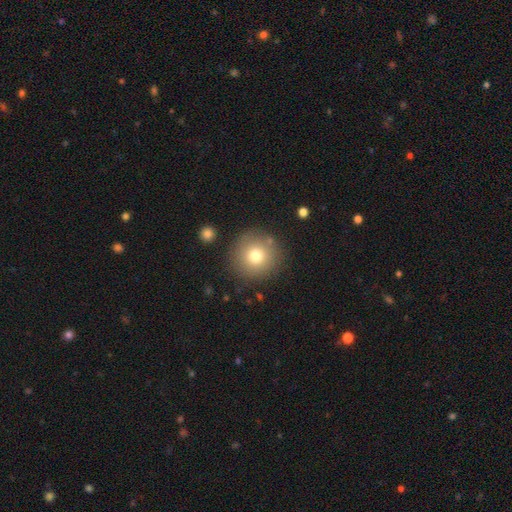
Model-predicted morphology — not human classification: Smooth or featured: smooth — 76% (featured or disk — 13%)
How rounded: round — 95% (in between — 4%)
Merging: none — 85% (minor disturbance — 8%)